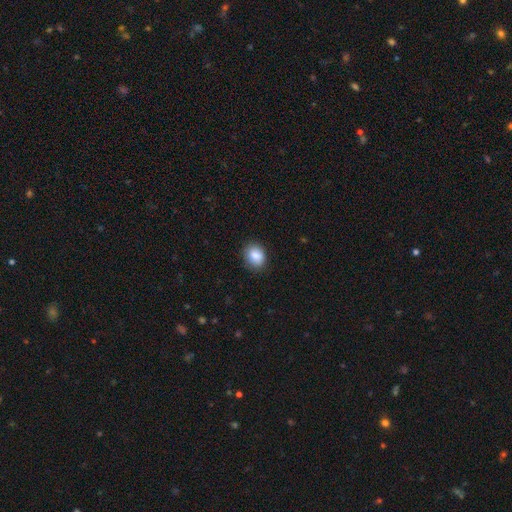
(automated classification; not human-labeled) Smooth or featured: smooth — 87% (star or artifact — 8%)
How rounded: in between — 53% (round — 46%)
Merging: none — 84% (minor disturbance — 13%)